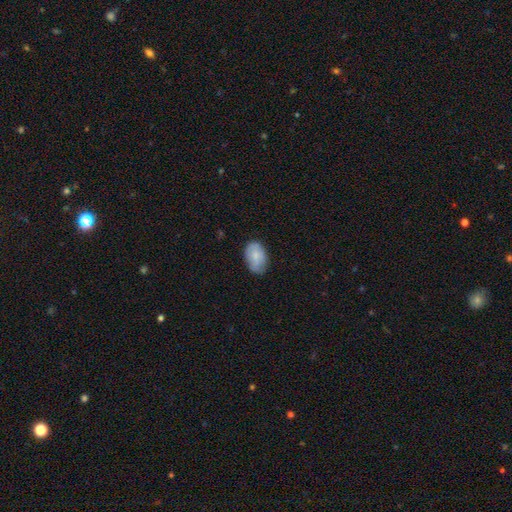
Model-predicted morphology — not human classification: This is likely a smooth galaxy (79%). How rounded: clearly in between (90%). Merging: likely none (72%).